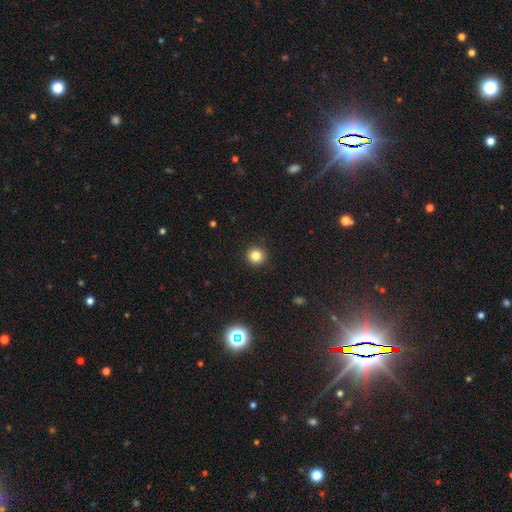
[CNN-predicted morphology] type=smooth (83%); roundness=round (94%); merging=none (93%).